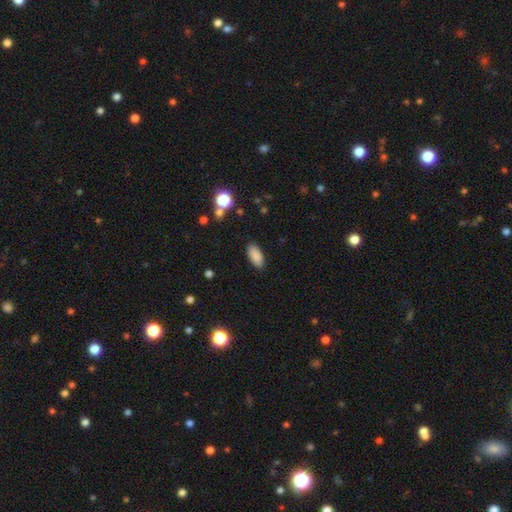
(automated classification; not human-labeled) smooth_or_featured: smooth (p=0.87) [alt: star or artifact p=0.08]
how_rounded: in between (p=0.86) [alt: cigar-shaped p=0.11]
merging: none (p=0.87) [alt: minor disturbance p=0.09]